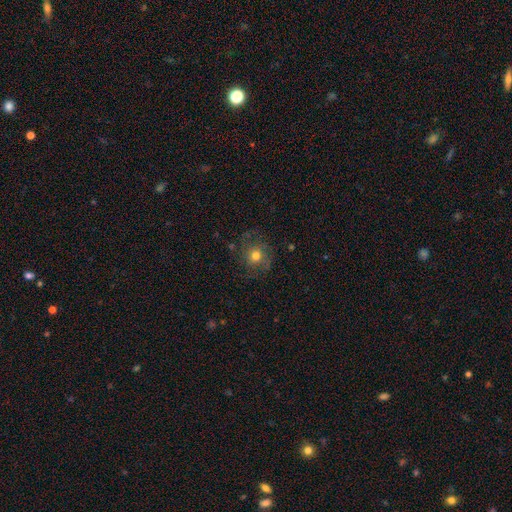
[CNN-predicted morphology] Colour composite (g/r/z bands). It shows a smooth galaxy with no disk features (56%) that is round (85%). Merging: none (72%).